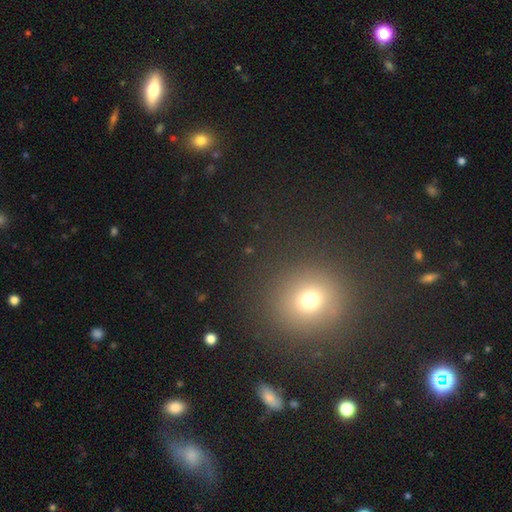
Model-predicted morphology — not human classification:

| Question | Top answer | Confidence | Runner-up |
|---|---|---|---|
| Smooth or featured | smooth | 59% | star or artifact (31%) |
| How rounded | round | 88% | in between (11%) |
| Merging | none | 88% | minor disturbance (7%) |